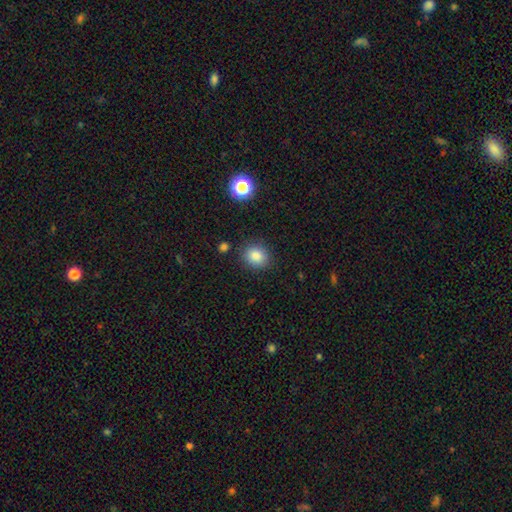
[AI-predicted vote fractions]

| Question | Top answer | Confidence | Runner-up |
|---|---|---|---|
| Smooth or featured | smooth | 85% | star or artifact (11%) |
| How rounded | round | 73% | in between (26%) |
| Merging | none | 85% | minor disturbance (10%) |